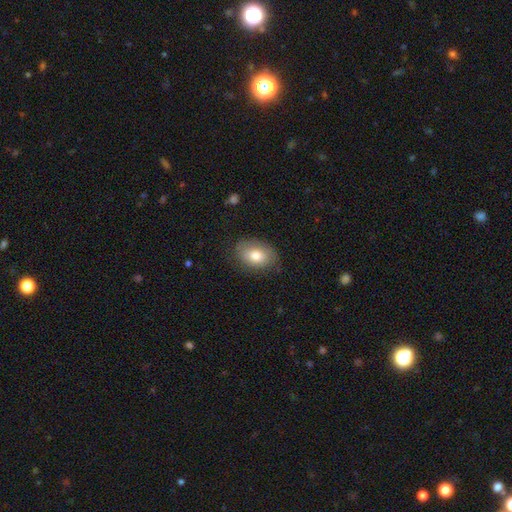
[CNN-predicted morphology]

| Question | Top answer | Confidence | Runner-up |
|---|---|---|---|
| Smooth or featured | smooth | 78% | featured or disk (15%) |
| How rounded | in between | 83% | round (16%) |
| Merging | none | 77% | minor disturbance (17%) |